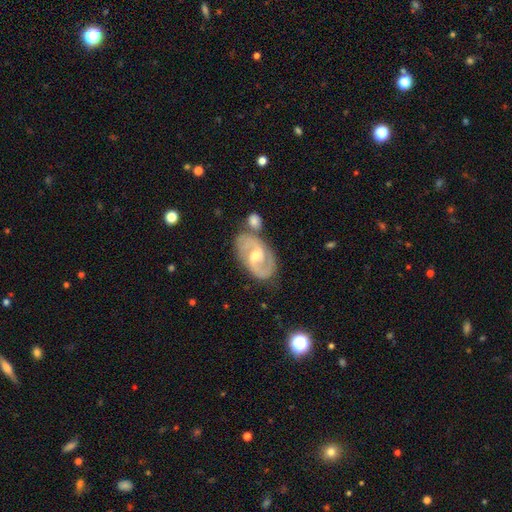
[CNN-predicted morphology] Smooth or featured?
  - featured or disk: 85% *
  - smooth: 9%
  - star or artifact: 5%
Edge-on disk?
  - no: 96% *
  - yes: 4%
Bar?
  - weak: 53% *
  - no: 30%
  - strong: 16%
Spiral arms?
  - yes: 95% *
  - no: 5%
Spiral winding?
  - medium: 54% *
  - tight: 31%
  - loose: 15%
Spiral arm count?
  - 2: 89% *
  - can't tell: 5%
  - 3: 2%
  - 1: 2%
  - 4: 1%
  - more than 4: 1%
Bulge size?
  - moderate: 64% *
  - small: 25%
  - large: 7%
  - none: 3%
  - dominant: 1%
Merging?
  - none: 71% *
  - minor disturbance: 15%
  - merger: 9%
  - major disturbance: 5%